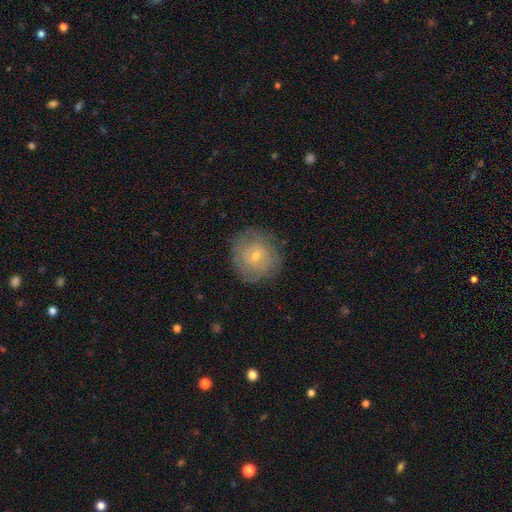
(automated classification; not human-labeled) featured or disk 57%, smooth 34%, star or artifact 9%. Down the decision tree: edge-on disk — no (97%); bar — no (71%); spiral arms — yes (76%); bulge size — small (70%); merging — none (80%).